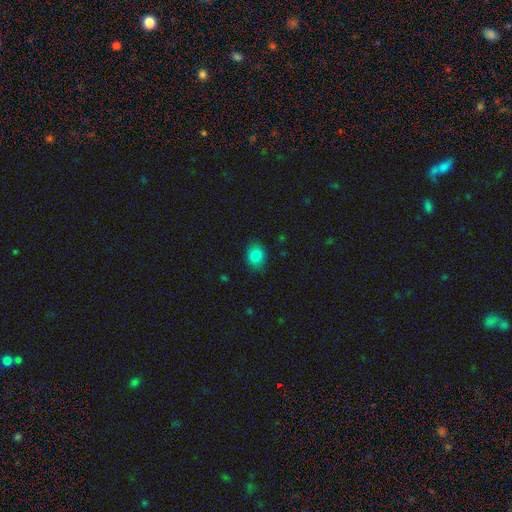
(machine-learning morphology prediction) Smooth or featured? Predicted: smooth (p=0.85). How rounded? Predicted: in between (p=0.52). Merging? Predicted: none (p=0.83).